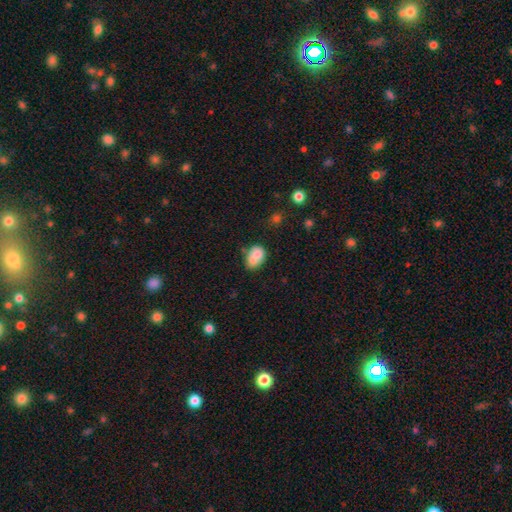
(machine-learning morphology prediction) smooth 78%, featured or disk 13%, star or artifact 9%. Down the decision tree: how rounded — in between (79%); merging — none (41%).